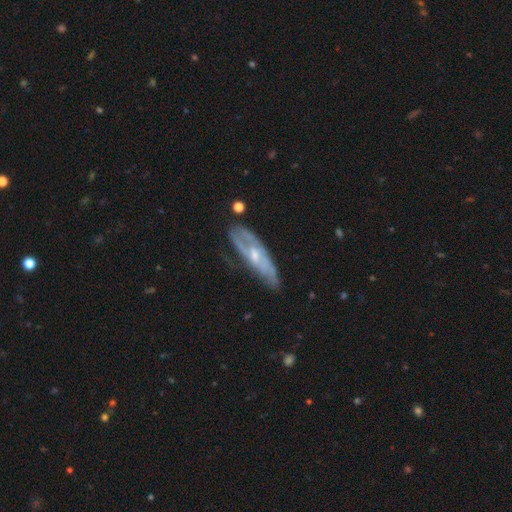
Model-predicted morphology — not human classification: Smooth or featured? featured or disk (68%)
Edge-on disk? no (68%)
Merging? none (56%)